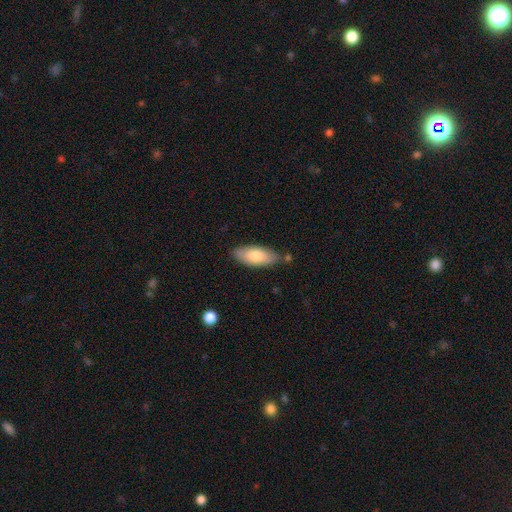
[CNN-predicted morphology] smooth_or_featured: smooth (p=0.79) [alt: featured or disk p=0.16]
how_rounded: in between (p=0.84) [alt: cigar-shaped p=0.14]
merging: none (p=0.77) [alt: minor disturbance p=0.16]